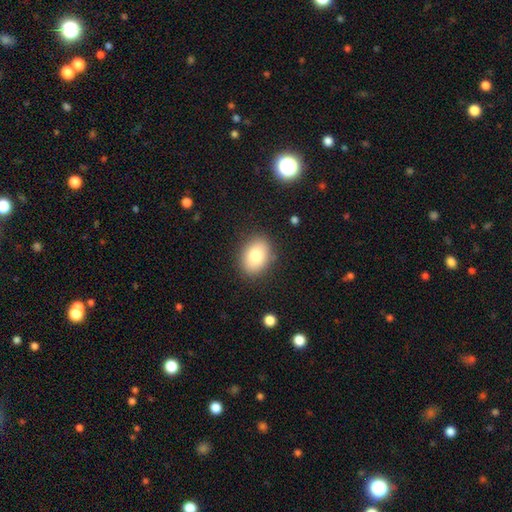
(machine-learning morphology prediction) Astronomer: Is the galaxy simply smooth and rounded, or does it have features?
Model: smooth — 81%.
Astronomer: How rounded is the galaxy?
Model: in between — 71%.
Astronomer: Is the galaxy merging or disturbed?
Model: none — 85%.